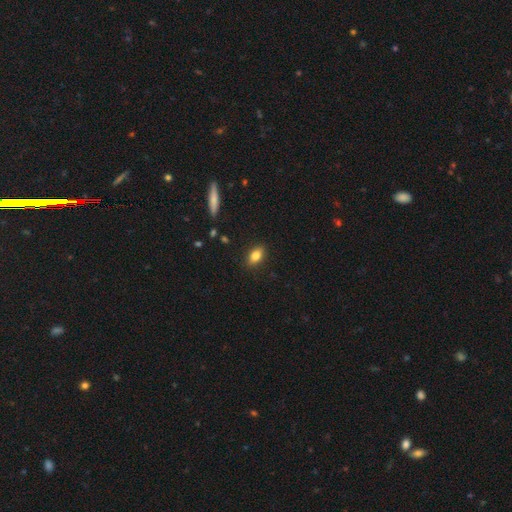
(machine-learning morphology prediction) Smooth or featured?
  - smooth: 82% *
  - featured or disk: 9%
  - star or artifact: 9%
How rounded?
  - in between: 83% *
  - round: 12%
  - cigar-shaped: 4%
Merging?
  - none: 87% *
  - minor disturbance: 9%
  - major disturbance: 2%
  - merger: 1%